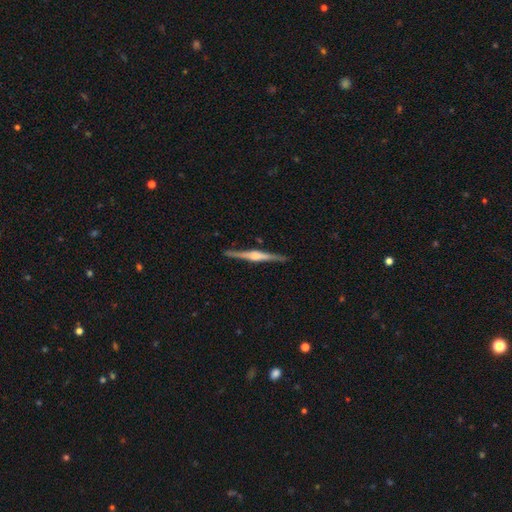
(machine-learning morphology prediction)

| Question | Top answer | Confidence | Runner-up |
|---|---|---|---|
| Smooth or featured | featured or disk | 82% | smooth (13%) |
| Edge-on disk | yes | 98% | no (2%) |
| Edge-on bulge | rounded | 75% | boxy (18%) |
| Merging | none | 90% | minor disturbance (7%) |